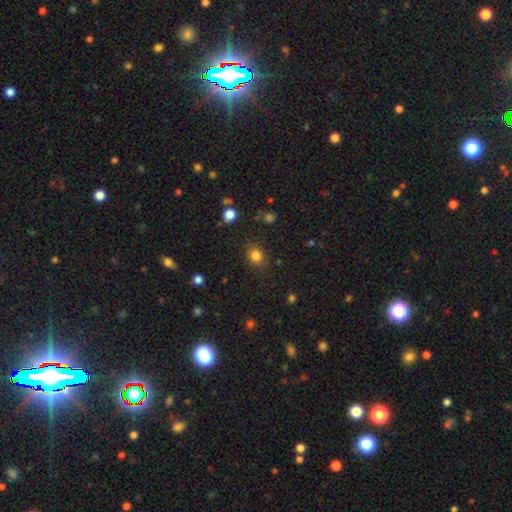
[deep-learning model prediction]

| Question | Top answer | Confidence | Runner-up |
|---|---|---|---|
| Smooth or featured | smooth | 81% | star or artifact (13%) |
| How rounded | round | 72% | in between (27%) |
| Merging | none | 83% | minor disturbance (11%) |